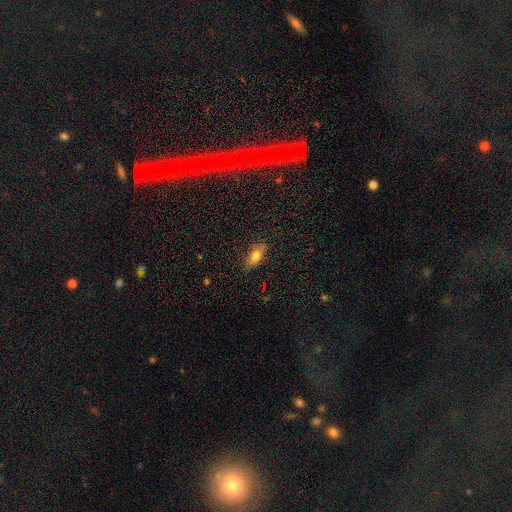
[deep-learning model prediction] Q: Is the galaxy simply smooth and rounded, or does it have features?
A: smooth — 75%.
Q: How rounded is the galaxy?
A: in between — 84%.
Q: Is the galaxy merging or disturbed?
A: none — 80%.